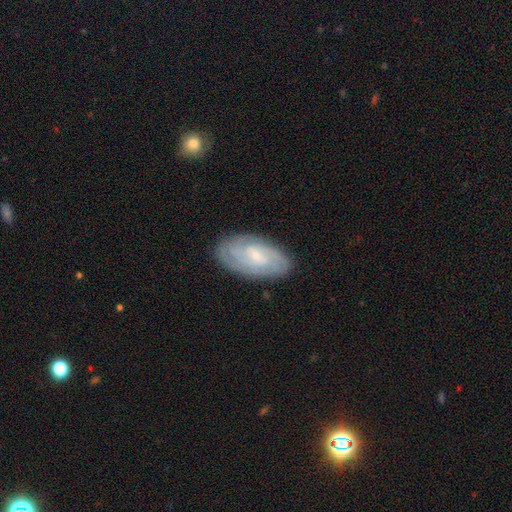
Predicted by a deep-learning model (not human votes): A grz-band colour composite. It shows a featured or disk galaxy (68%) with no bar (48%), tight (66%) spiral arms (88%) and a small central bulge (69%). Merging: none (83%).